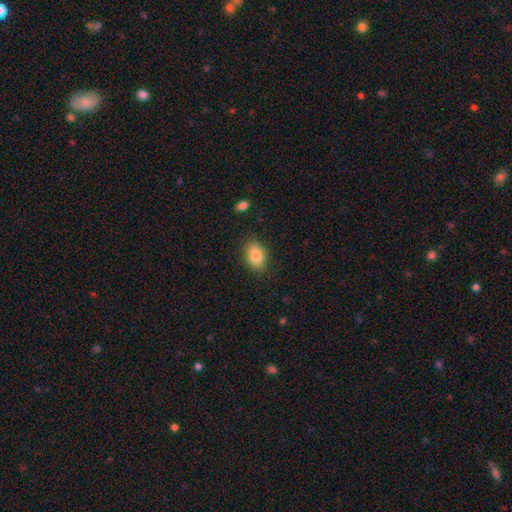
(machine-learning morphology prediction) Smooth or featured?
  - smooth: 84% *
  - featured or disk: 8%
  - star or artifact: 8%
How rounded?
  - in between: 86% *
  - round: 13%
  - cigar-shaped: 2%
Merging?
  - none: 85% *
  - minor disturbance: 11%
  - major disturbance: 3%
  - merger: 1%